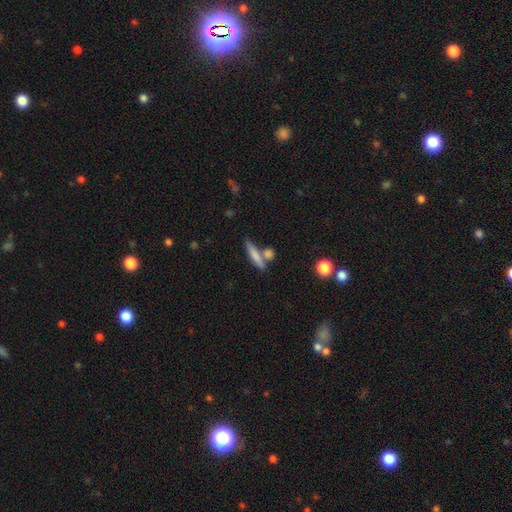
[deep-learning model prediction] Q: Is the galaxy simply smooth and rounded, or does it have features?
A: smooth — 73%.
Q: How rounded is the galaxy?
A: cigar-shaped — 81%.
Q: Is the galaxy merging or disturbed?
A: none — 63%.